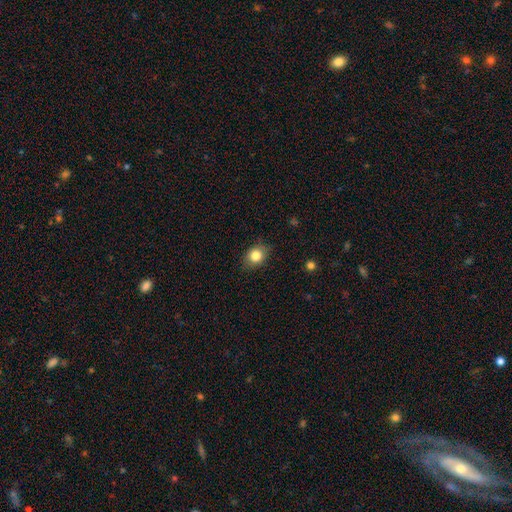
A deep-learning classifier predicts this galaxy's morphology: This is clearly a smooth galaxy (82%). How rounded: possibly round (53%). Merging: clearly none (81%).